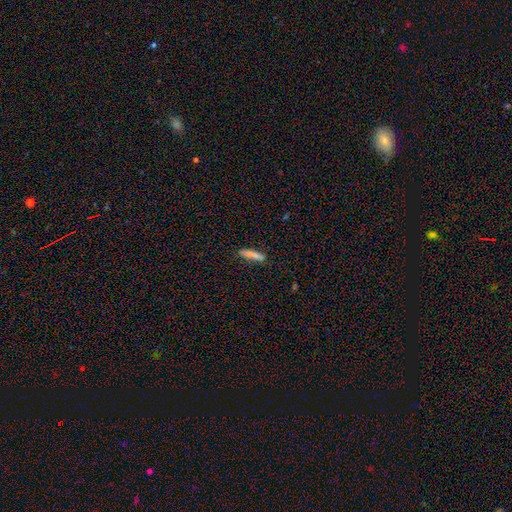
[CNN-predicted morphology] Smooth or featured?
  - smooth: 76% *
  - featured or disk: 14%
  - star or artifact: 10%
How rounded?
  - cigar-shaped: 86% *
  - in between: 11%
  - round: 2%
Merging?
  - none: 78% *
  - minor disturbance: 15%
  - merger: 4%
  - major disturbance: 4%